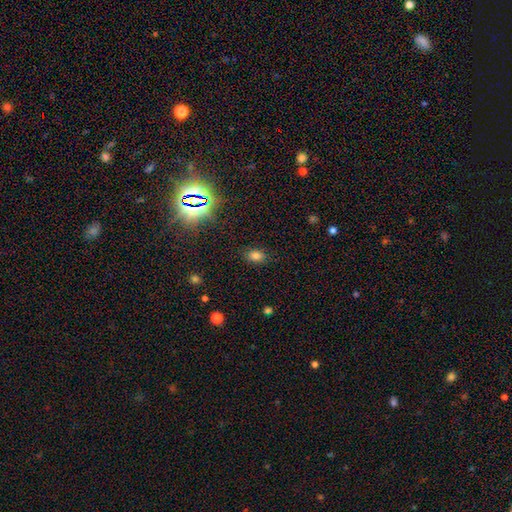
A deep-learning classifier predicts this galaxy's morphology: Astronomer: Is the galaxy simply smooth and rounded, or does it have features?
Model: smooth — 75%.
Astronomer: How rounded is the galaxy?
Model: in between — 78%.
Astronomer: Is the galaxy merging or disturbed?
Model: none — 84%.